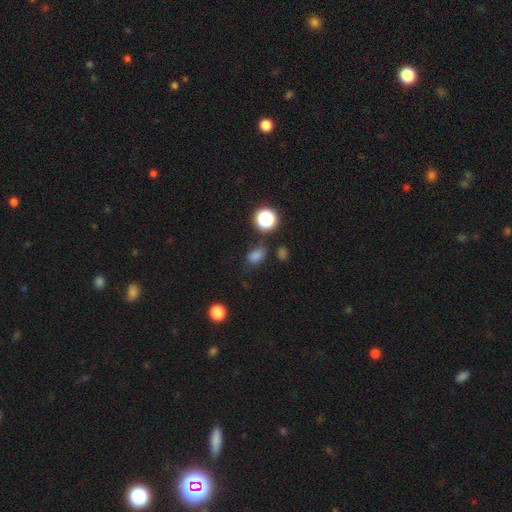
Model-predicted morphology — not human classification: Smooth or featured: smooth — 76% (star or artifact — 18%)
How rounded: in between — 75% (round — 23%)
Merging: none — 67% (minor disturbance — 20%)